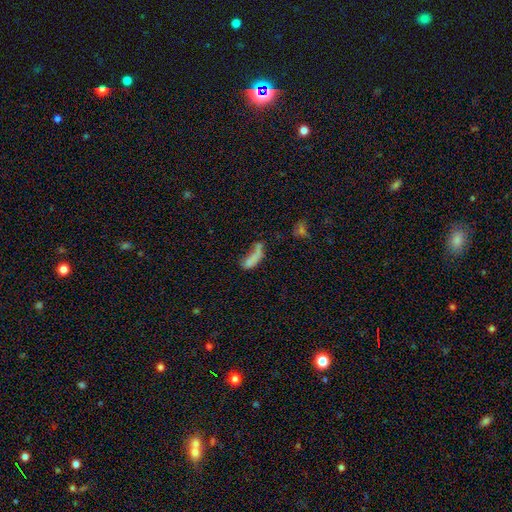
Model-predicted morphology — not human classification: The model was most divided on "merging": major disturbance: 32%, none: 26%, merger: 25%, minor disturbance: 17%. More confident: smooth or featured — smooth (67%); how rounded — in between (62%).